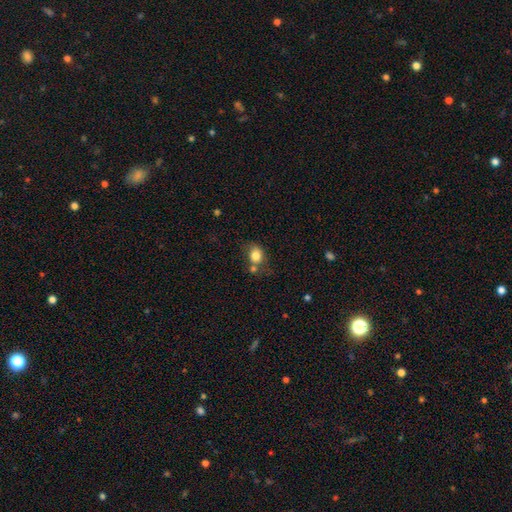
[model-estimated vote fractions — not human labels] Smooth or featured? Predicted: smooth (p=0.80). How rounded? Predicted: round (p=0.52). Merging? Predicted: none (p=0.50).